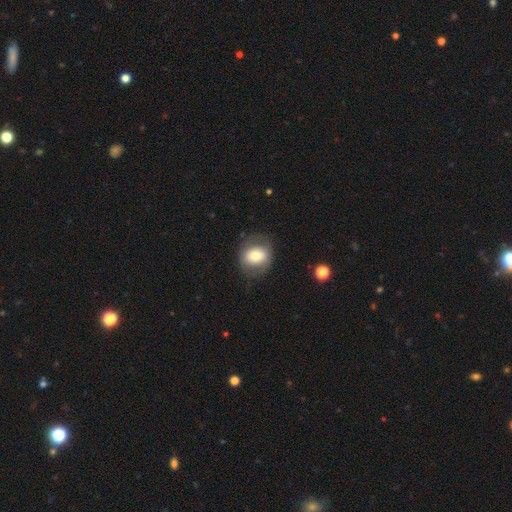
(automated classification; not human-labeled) The model was most divided on "how rounded": round: 61%, in between: 38%, cigar-shaped: 1%. More confident: merging — none (77%); smooth or featured — smooth (68%).